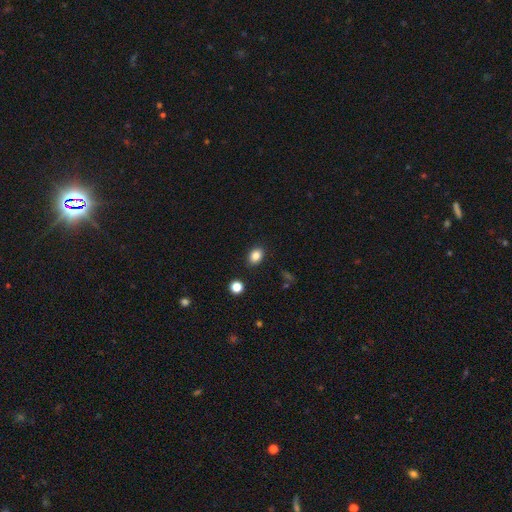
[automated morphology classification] Smooth or featured?
  - smooth: 85% *
  - star or artifact: 10%
  - featured or disk: 5%
How rounded?
  - in between: 72% *
  - round: 26%
  - cigar-shaped: 1%
Merging?
  - none: 87% *
  - minor disturbance: 8%
  - major disturbance: 2%
  - merger: 2%